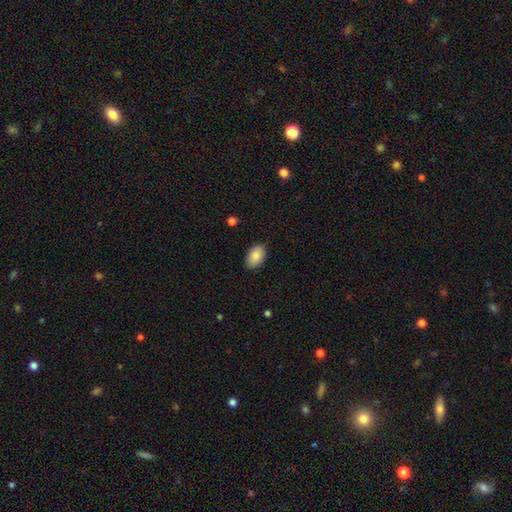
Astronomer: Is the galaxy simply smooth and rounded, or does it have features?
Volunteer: smooth — 92%.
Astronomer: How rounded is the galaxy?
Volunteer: in between — 94%.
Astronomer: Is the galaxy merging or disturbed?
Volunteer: none — 84%.